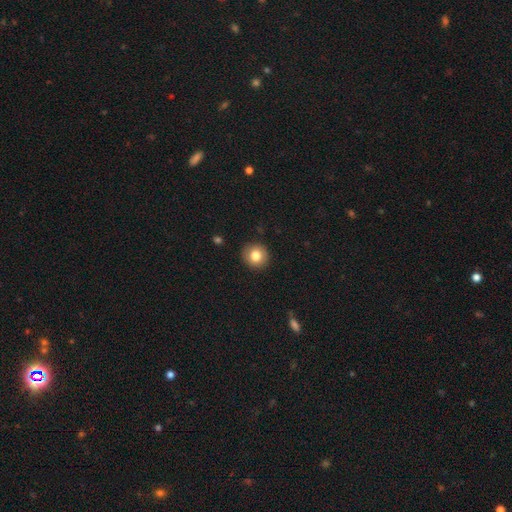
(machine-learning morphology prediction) Smooth or featured? Predicted: smooth (p=0.81). How rounded? Predicted: round (p=0.92). Merging? Predicted: none (p=0.91).